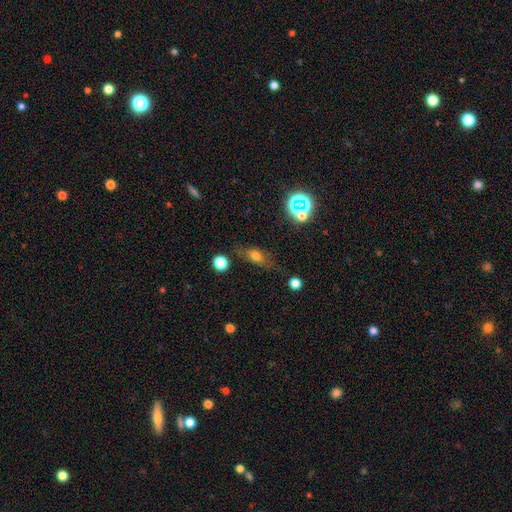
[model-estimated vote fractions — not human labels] Smooth or featured: smooth — 63% (featured or disk — 22%)
How rounded: in between — 64% (cigar-shaped — 22%)
Merging: none — 65% (minor disturbance — 22%)